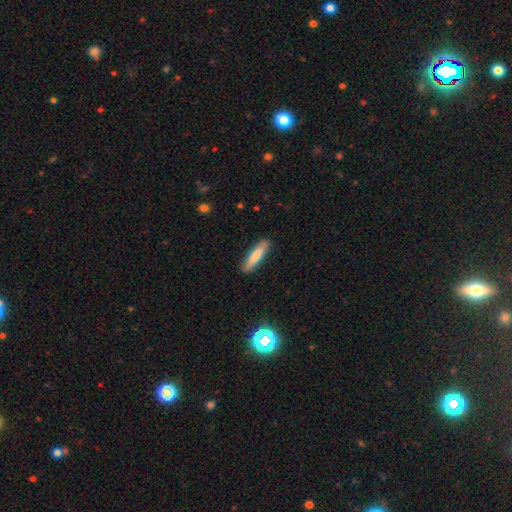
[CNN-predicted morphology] Smooth or featured: smooth — 79% (featured or disk — 15%)
How rounded: cigar-shaped — 80% (in between — 19%)
Merging: none — 88% (minor disturbance — 9%)